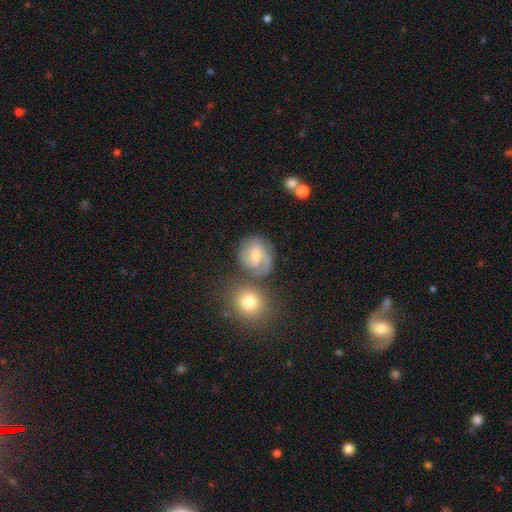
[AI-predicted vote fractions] Smooth or featured?
  - featured or disk: 52% *
  - smooth: 38%
  - star or artifact: 9%
Edge-on disk?
  - no: 97% *
  - yes: 3%
Bar?
  - weak: 54% *
  - no: 33%
  - strong: 13%
Spiral arms?
  - yes: 84% *
  - no: 16%
Bulge size?
  - moderate: 48% *
  - small: 44%
  - none: 4%
  - large: 3%
  - dominant: 1%
Merging?
  - none: 60% *
  - merger: 17%
  - minor disturbance: 17%
  - major disturbance: 7%